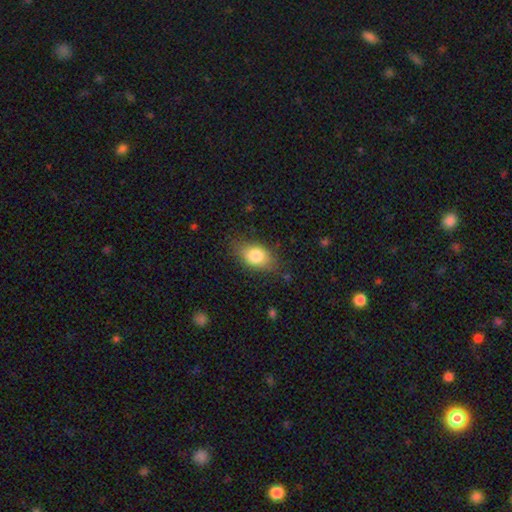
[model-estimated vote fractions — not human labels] This is clearly a smooth galaxy (82%). How rounded: clearly in between (84%). Merging: likely none (75%).